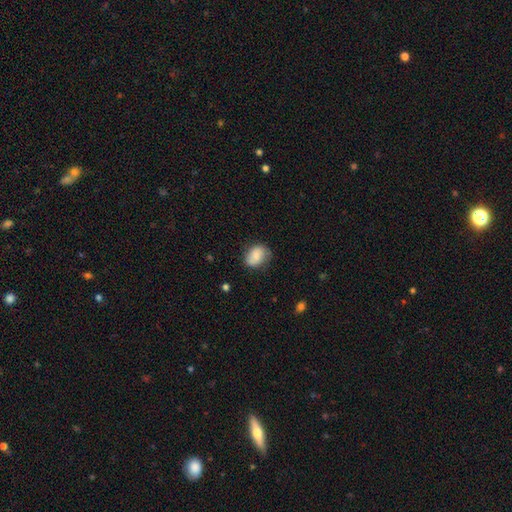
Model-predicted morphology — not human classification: Q: Smooth or featured?
A: smooth (72%); runner-up: featured or disk (20%)
Q: How rounded?
A: in between (61%); runner-up: round (38%)
Q: Merging?
A: none (64%); runner-up: minor disturbance (27%)